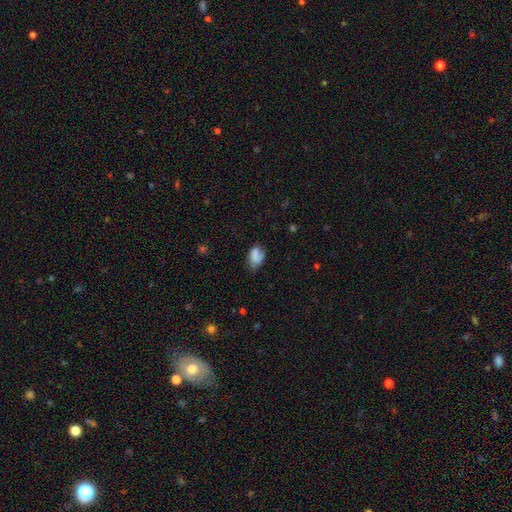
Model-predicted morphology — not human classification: type=smooth (74%); roundness=in between (83%); merging=none (50%).